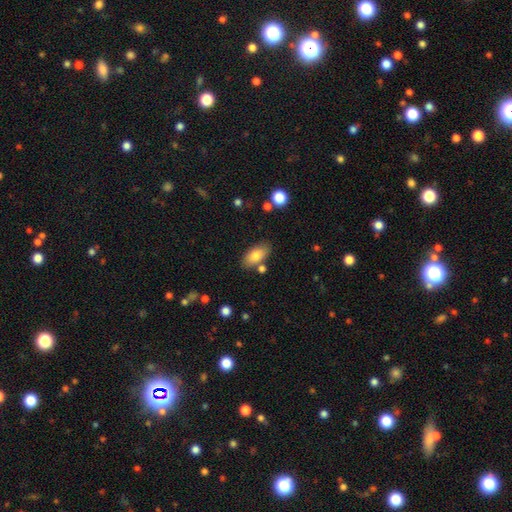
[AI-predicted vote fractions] smooth-or-featured: smooth: 80% | featured or disk: 12% | star or artifact: 7%
  how-rounded: in between: 91% | cigar-shaped: 6% | round: 4%
  merging: none: 77% | minor disturbance: 13% | merger: 7% | major disturbance: 3%